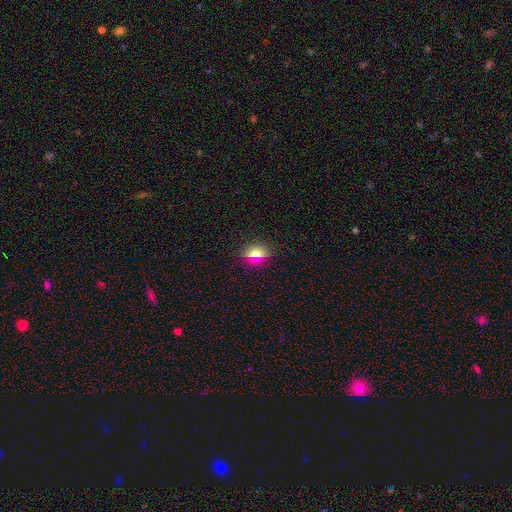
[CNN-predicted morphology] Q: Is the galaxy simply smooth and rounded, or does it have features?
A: smooth — 71%.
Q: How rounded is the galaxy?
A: round — 59%.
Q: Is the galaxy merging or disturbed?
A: none — 88%.